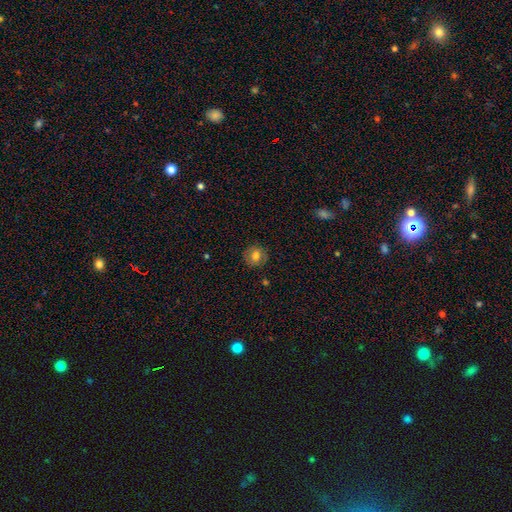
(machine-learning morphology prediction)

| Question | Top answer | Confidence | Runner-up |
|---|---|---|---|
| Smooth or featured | smooth | 73% | featured or disk (17%) |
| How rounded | round | 90% | in between (9%) |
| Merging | none | 86% | minor disturbance (10%) |